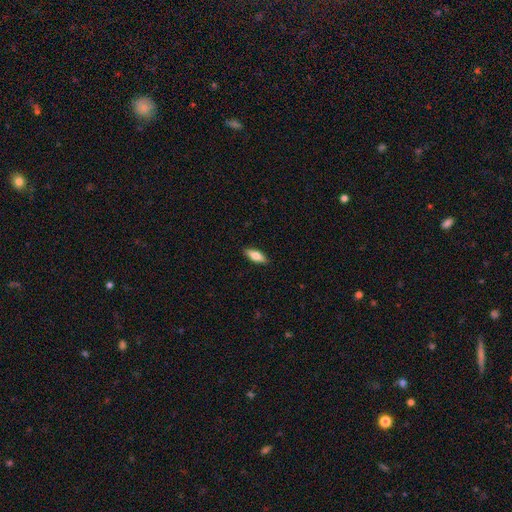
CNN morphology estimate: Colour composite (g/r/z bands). It shows a smooth galaxy with no disk features (69%) that is in between round and cigar-shaped (65%). Merging: none (89%).